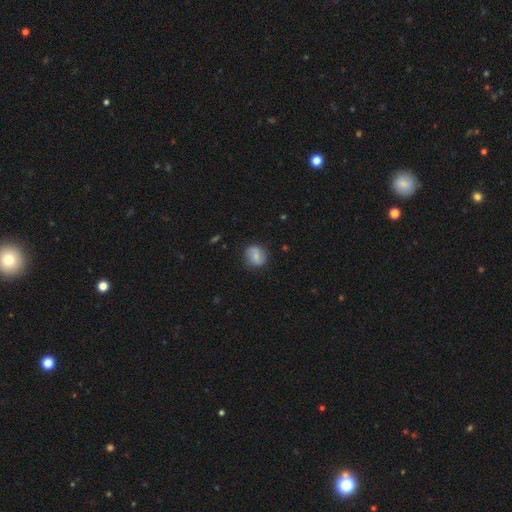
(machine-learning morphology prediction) type=smooth (57%); roundness=round (85%); merging=none (83%).